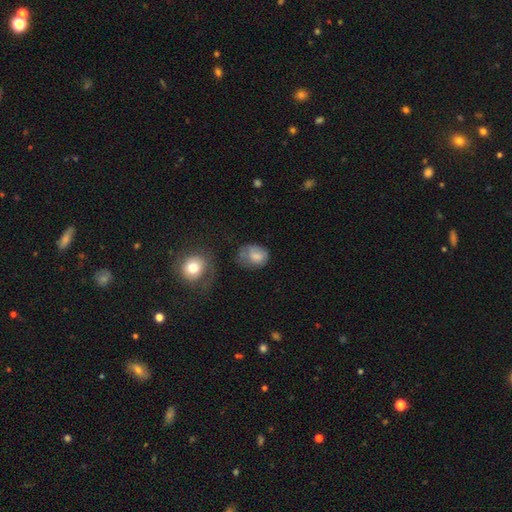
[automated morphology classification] Smooth or featured?
  - smooth: 73% *
  - featured or disk: 19%
  - star or artifact: 9%
How rounded?
  - in between: 52% *
  - round: 47%
  - cigar-shaped: 1%
Merging?
  - none: 37% *
  - minor disturbance: 32%
  - major disturbance: 25%
  - merger: 6%